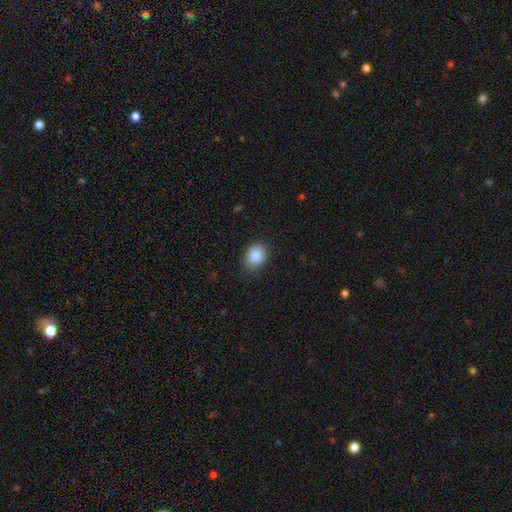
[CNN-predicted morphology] type=smooth (87%); roundness=in between (57%); merging=none (83%).